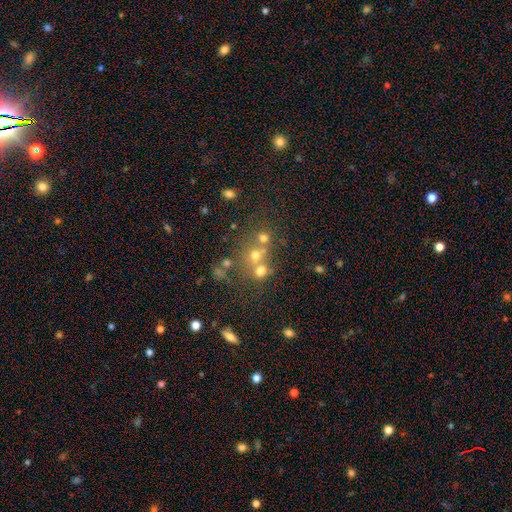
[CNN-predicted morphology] Smooth or featured?
  - smooth: 51% *
  - star or artifact: 27%
  - featured or disk: 22%
How rounded?
  - round: 78% *
  - in between: 21%
  - cigar-shaped: 1%
Merging?
  - none: 45% *
  - merger: 41%
  - minor disturbance: 8%
  - major disturbance: 5%